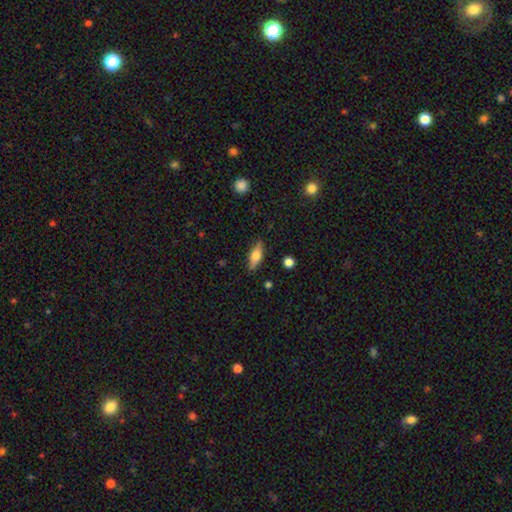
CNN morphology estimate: Smooth or featured? Predicted: smooth (p=0.51). How rounded? Predicted: in between (p=0.57). Merging? Predicted: none (p=0.85).